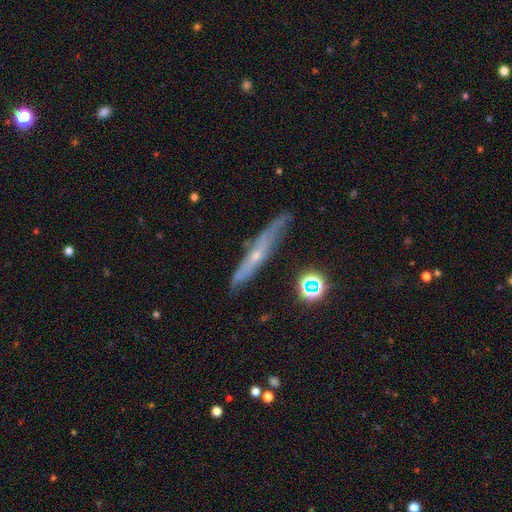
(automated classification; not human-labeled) smooth-or-featured: featured or disk: 62% | smooth: 29% | star or artifact: 9%
  disk-edge-on: yes: 82% | no: 18%
    edge-on-bulge: rounded: 54% | none: 43% | boxy: 3%
  merging: none: 74% | minor disturbance: 20% | major disturbance: 4% | merger: 2%